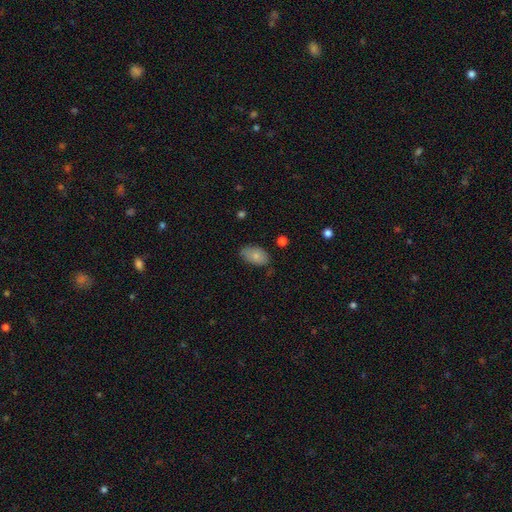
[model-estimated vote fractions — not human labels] Smooth or featured?
  - smooth: 78% *
  - featured or disk: 14%
  - star or artifact: 8%
How rounded?
  - in between: 91% *
  - round: 8%
  - cigar-shaped: 1%
Merging?
  - none: 71% *
  - minor disturbance: 23%
  - major disturbance: 4%
  - merger: 2%